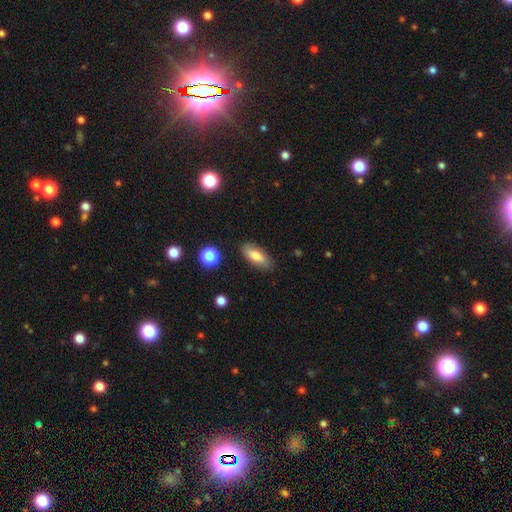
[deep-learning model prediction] smooth 75%, featured or disk 18%, star or artifact 7%. Down the decision tree: how rounded — in between (75%); merging — none (84%).